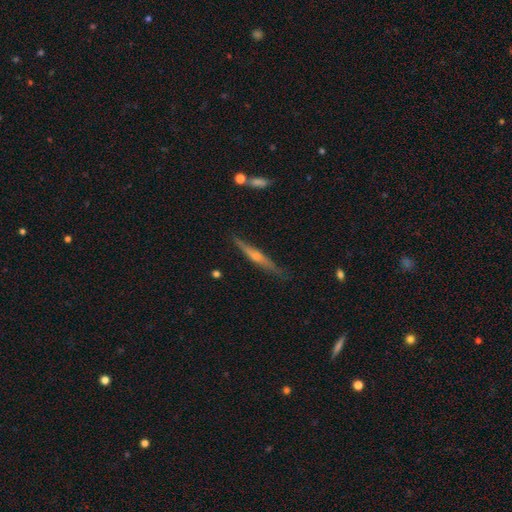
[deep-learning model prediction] Smooth or featured?
  - featured or disk: 68% *
  - smooth: 26%
  - star or artifact: 6%
Edge-on disk?
  - yes: 97% *
  - no: 3%
Edge-on bulge?
  - rounded: 74% *
  - none: 18%
  - boxy: 9%
Merging?
  - none: 84% *
  - minor disturbance: 12%
  - major disturbance: 2%
  - merger: 2%